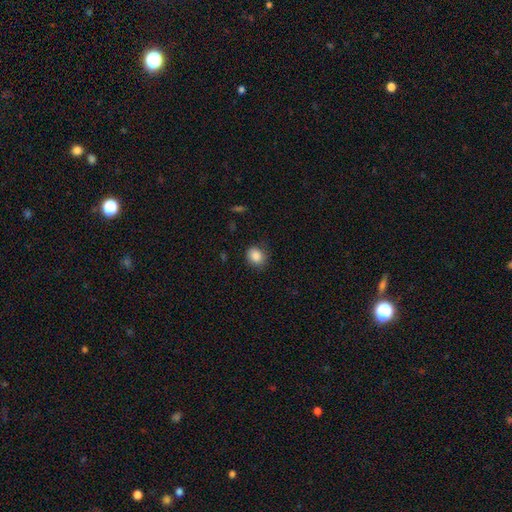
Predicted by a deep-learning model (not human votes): Smooth or featured?
  - smooth: 87% *
  - star or artifact: 9%
  - featured or disk: 4%
How rounded?
  - round: 70% *
  - in between: 29%
  - cigar-shaped: 1%
Merging?
  - none: 79% *
  - minor disturbance: 16%
  - major disturbance: 4%
  - merger: 1%